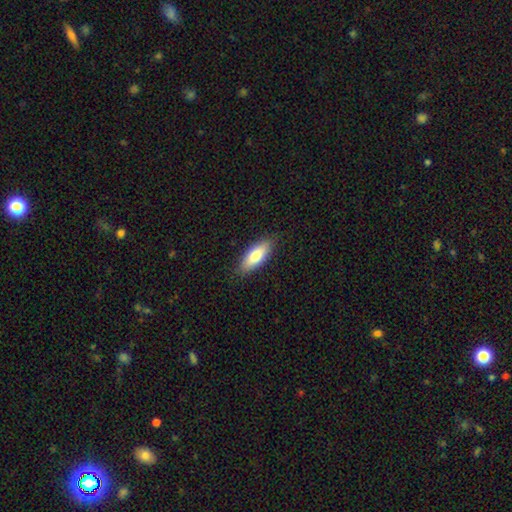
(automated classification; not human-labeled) smooth-or-featured: smooth: 76% | featured or disk: 18% | star or artifact: 6%
  how-rounded: in between: 71% | cigar-shaped: 27% | round: 2%
  merging: none: 86% | minor disturbance: 11% | major disturbance: 2% | merger: 1%